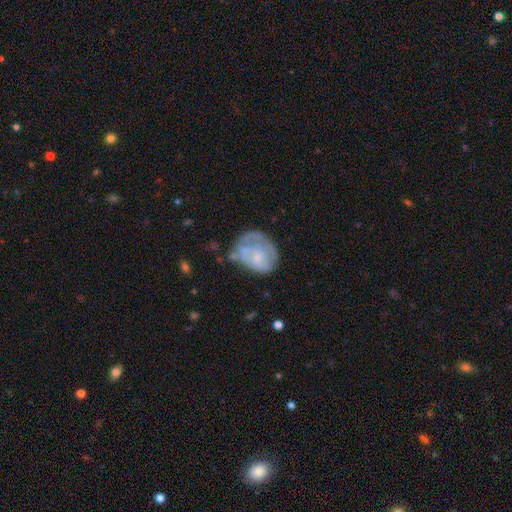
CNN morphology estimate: smooth_or_featured: featured or disk (p=0.50) [alt: smooth p=0.42]
merging: none (p=0.40) [alt: minor disturbance p=0.31]